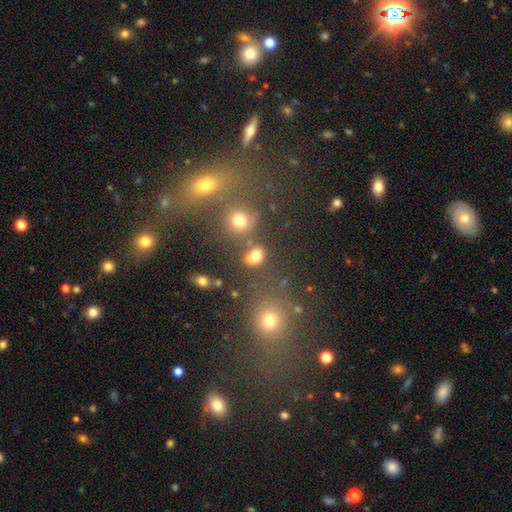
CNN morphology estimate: Smooth or featured?
  - smooth: 74% *
  - star or artifact: 18%
  - featured or disk: 8%
How rounded?
  - in between: 59% *
  - round: 40%
  - cigar-shaped: 2%
Merging?
  - none: 63% *
  - merger: 16%
  - minor disturbance: 14%
  - major disturbance: 7%